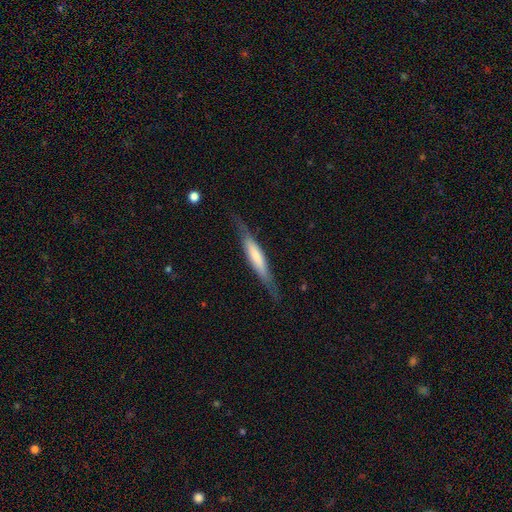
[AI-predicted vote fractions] featured or disk 48%, smooth 46%, star or artifact 6%. Down the decision tree: merging — none (78%).